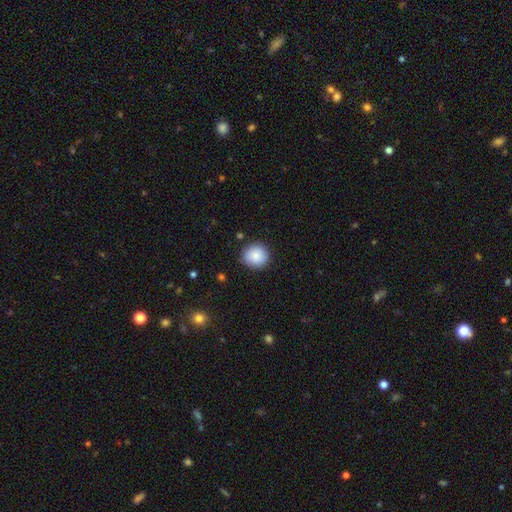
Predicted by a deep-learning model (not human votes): smooth_or_featured: smooth (p=0.87) [alt: star or artifact p=0.08]
how_rounded: round (p=0.92) [alt: in between p=0.07]
merging: none (p=0.88) [alt: minor disturbance p=0.09]